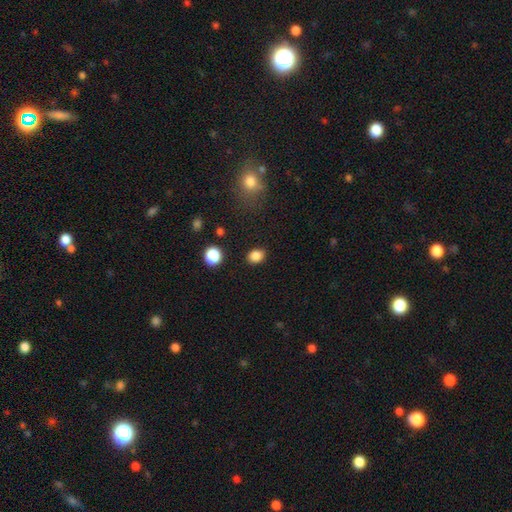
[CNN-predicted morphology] Overall: smooth (85%). How rounded: in between (53%; round 46%). Merging: none (87%).